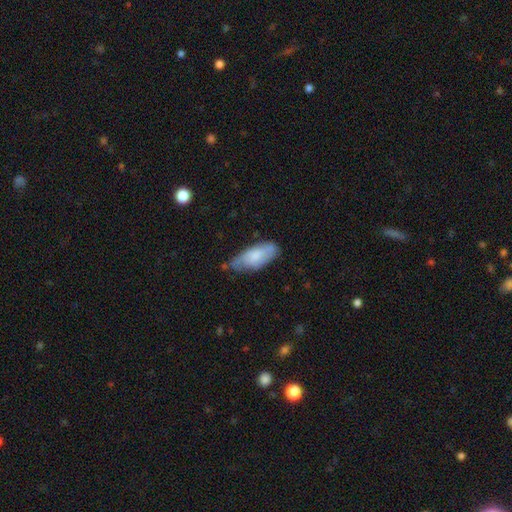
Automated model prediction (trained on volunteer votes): Smooth or featured? Predicted: smooth (p=0.67). How rounded? Predicted: in between (p=0.83). Merging? Predicted: none (p=0.56).